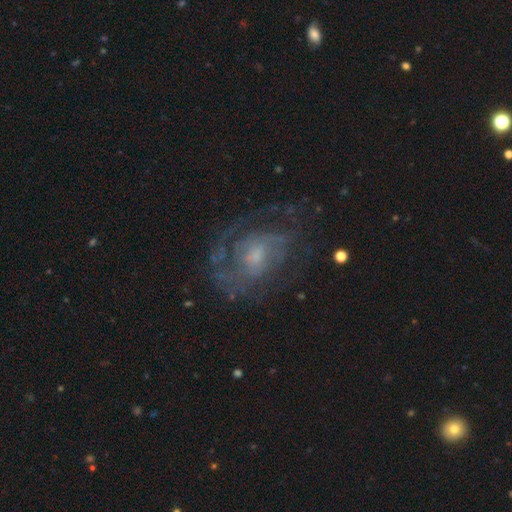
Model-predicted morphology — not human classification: type=featured or disk (78%); edge-on=no (97%); bar=no (59%); spiral arms=yes (84%); winding=medium (43%); arm count=2 (36%); bulge=moderate (42%); merging=none (62%).